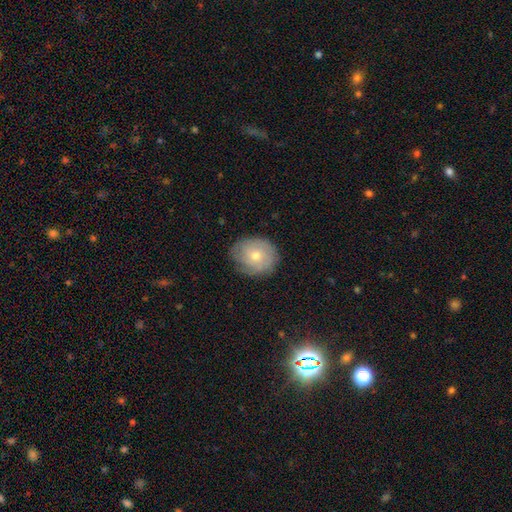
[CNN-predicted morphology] Smooth or featured? Predicted: featured or disk (p=0.51). Edge-on disk? Predicted: no (p=0.96). Merging? Predicted: none (p=0.77).